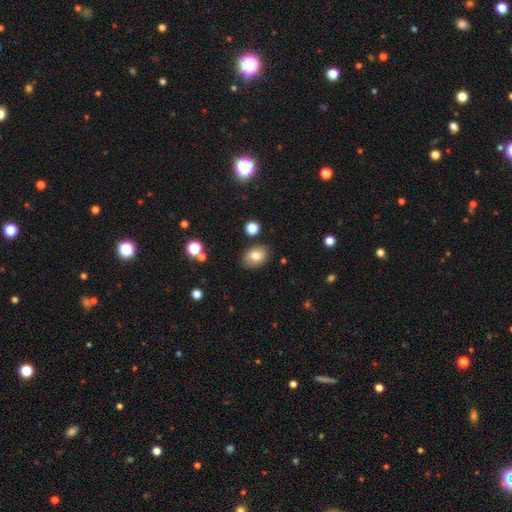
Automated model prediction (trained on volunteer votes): Overall: smooth (78%). How rounded: in between (73%). Merging: none (84%).